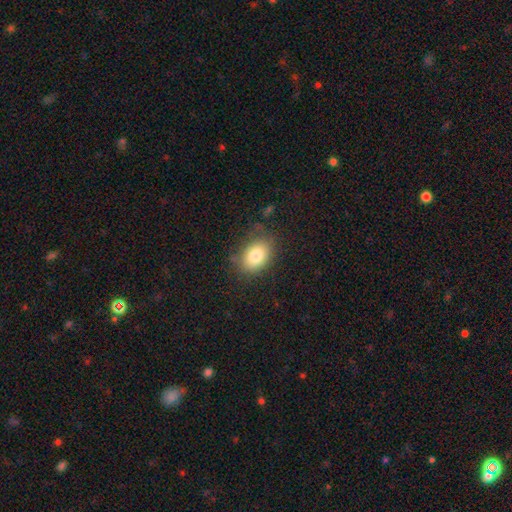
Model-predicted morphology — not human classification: This appears to be a smooth galaxy with no disk features (81%) that is in between round and cigar-shaped (78%). Merging: none (73%).